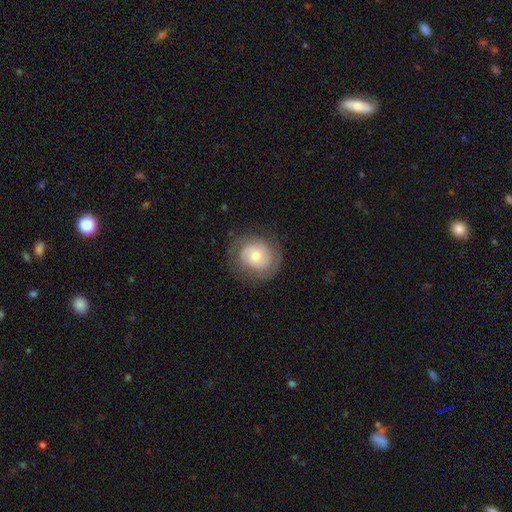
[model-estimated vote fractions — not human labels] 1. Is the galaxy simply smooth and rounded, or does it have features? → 55% featured or disk, 37% smooth, 8% star or artifact.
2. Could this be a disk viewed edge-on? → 97% no, 3% yes.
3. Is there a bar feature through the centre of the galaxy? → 75% no, 20% weak, 5% strong.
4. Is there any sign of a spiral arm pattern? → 79% yes, 21% no.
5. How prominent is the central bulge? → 52% moderate, 38% small, 6% large, 2% none, 1% dominant.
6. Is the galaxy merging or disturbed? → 78% none, 14% minor disturbance, 7% major disturbance, 1% merger.